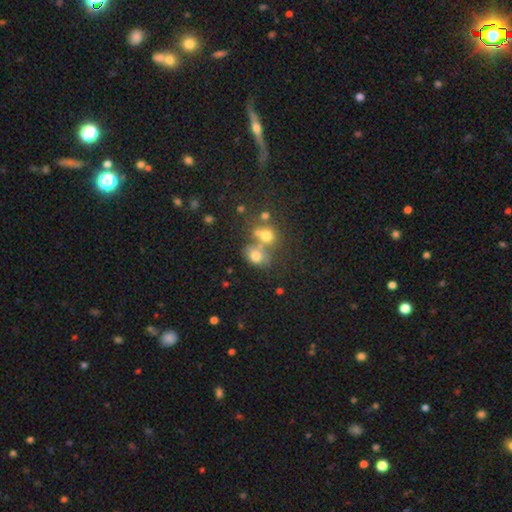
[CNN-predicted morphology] Smooth or featured?
  - smooth: 69% *
  - star or artifact: 16%
  - featured or disk: 15%
How rounded?
  - round: 50% *
  - in between: 49%
  - cigar-shaped: 1%
Merging?
  - merger: 41% *
  - none: 40%
  - minor disturbance: 12%
  - major disturbance: 7%